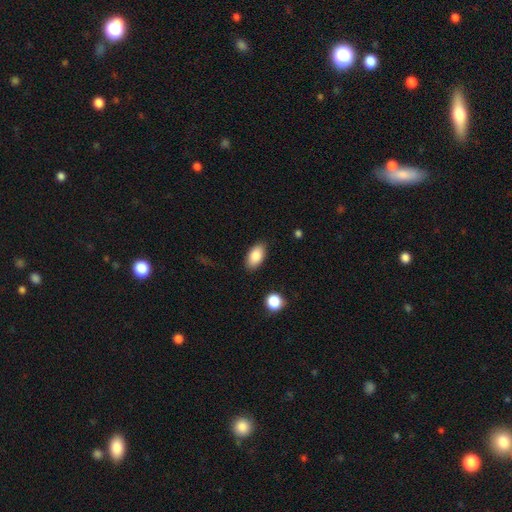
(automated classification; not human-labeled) smooth 86%, star or artifact 7%, featured or disk 7%. Down the decision tree: how rounded — in between (93%); merging — none (86%).